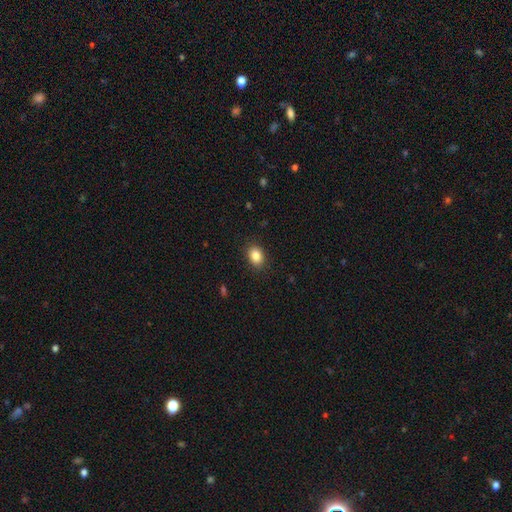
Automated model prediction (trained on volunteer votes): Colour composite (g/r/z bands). It shows a smooth galaxy with no disk features (86%) that is in between round and cigar-shaped (72%). Merging: none (88%).